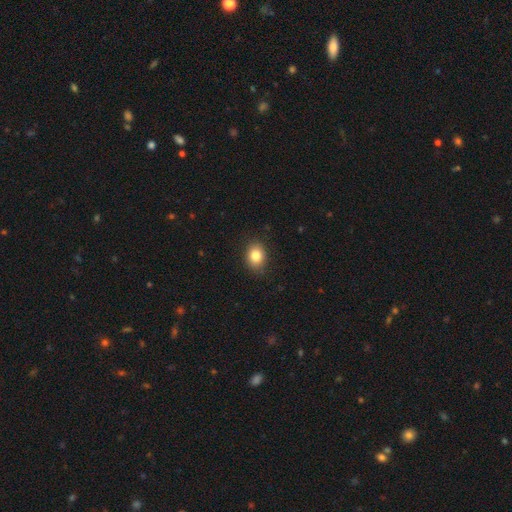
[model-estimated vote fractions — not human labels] smooth-or-featured: smooth: 83% | star or artifact: 10% | featured or disk: 7%
  how-rounded: in between: 55% | round: 45% | cigar-shaped: 1%
  merging: none: 86% | minor disturbance: 11% | major disturbance: 2% | merger: 1%